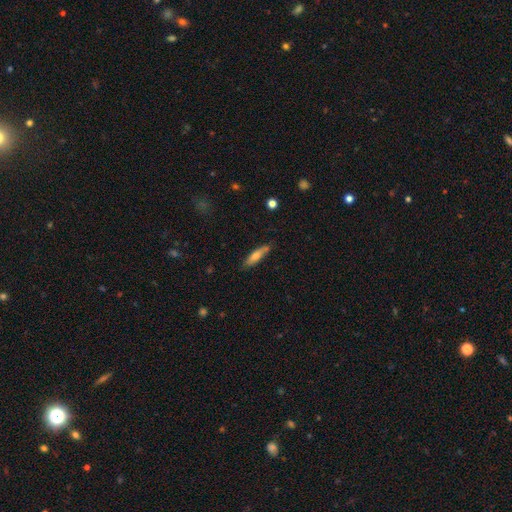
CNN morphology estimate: Smooth or featured: smooth — 62% (featured or disk — 32%)
How rounded: cigar-shaped — 74% (in between — 24%)
Merging: none — 79% (minor disturbance — 17%)